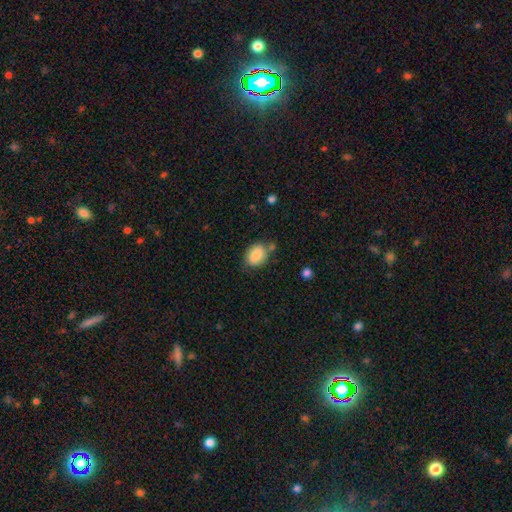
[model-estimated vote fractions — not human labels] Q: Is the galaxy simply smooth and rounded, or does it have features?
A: smooth — 85%.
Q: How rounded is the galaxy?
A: in between — 65%.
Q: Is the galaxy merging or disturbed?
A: none — 63%.